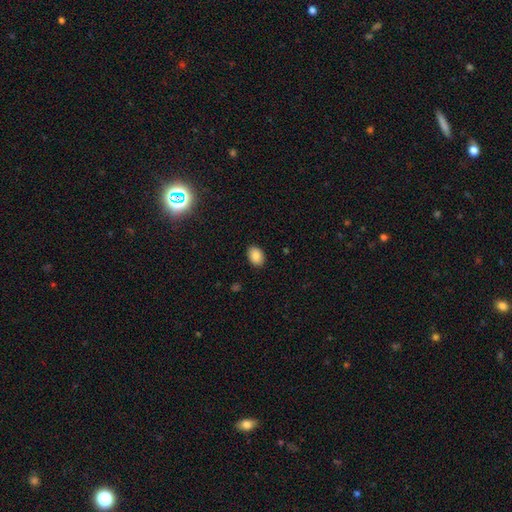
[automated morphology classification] Q: Smooth or featured?
A: smooth (88%); runner-up: star or artifact (8%)
Q: How rounded?
A: in between (77%); runner-up: round (22%)
Q: Merging?
A: none (89%); runner-up: minor disturbance (8%)